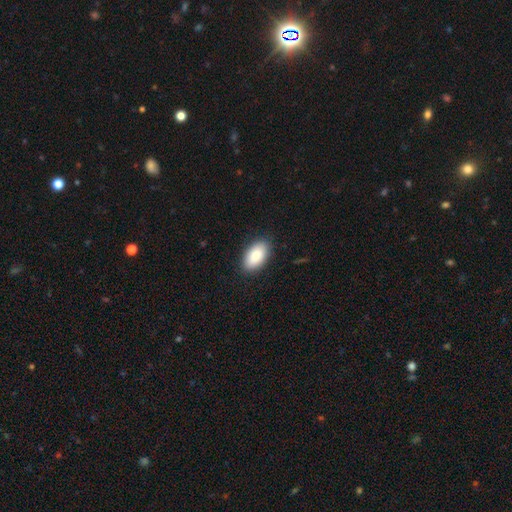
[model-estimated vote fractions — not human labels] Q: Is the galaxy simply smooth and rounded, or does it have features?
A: smooth — 85%.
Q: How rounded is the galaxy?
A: in between — 94%.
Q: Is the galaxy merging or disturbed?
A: none — 88%.